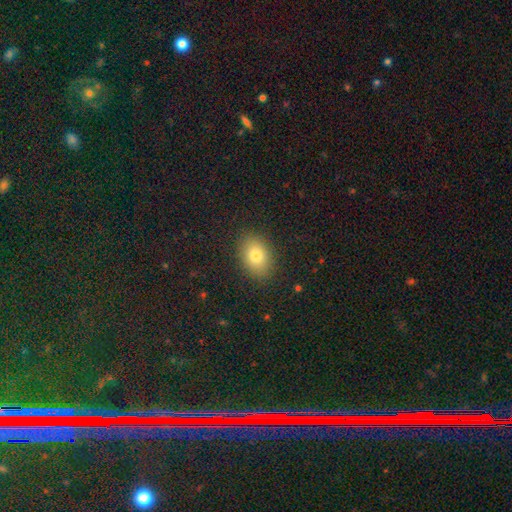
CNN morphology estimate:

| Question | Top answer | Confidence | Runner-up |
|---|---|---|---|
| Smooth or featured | smooth | 79% | featured or disk (11%) |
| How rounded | in between | 76% | round (22%) |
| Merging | none | 88% | minor disturbance (9%) |